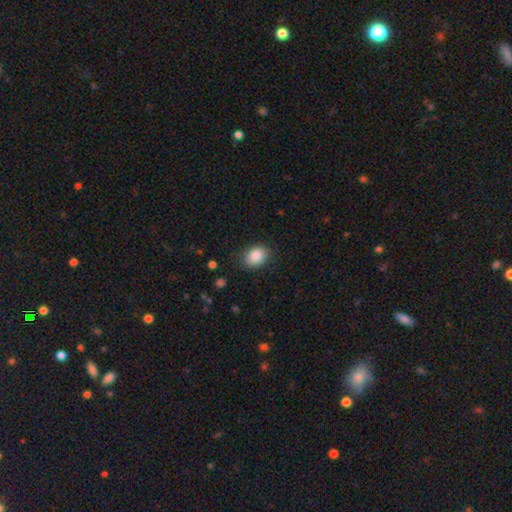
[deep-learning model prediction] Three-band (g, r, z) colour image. It shows a smooth galaxy with no disk features (88%) that is in between round and cigar-shaped (70%). Merging: none (83%).